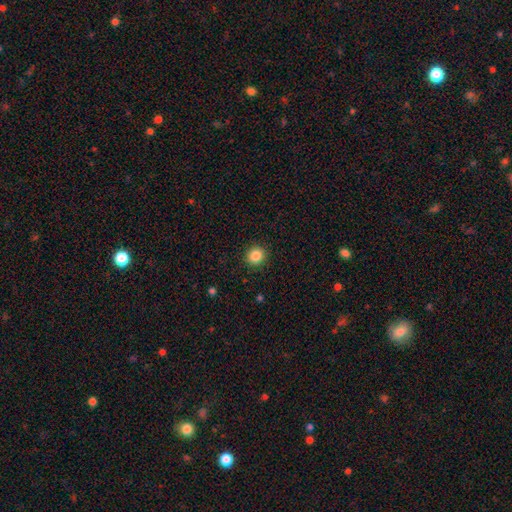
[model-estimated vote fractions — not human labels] The model was most divided on "smooth or featured": smooth: 86%, star or artifact: 10%, featured or disk: 4%. More confident: merging — none (91%); how rounded — round (90%).